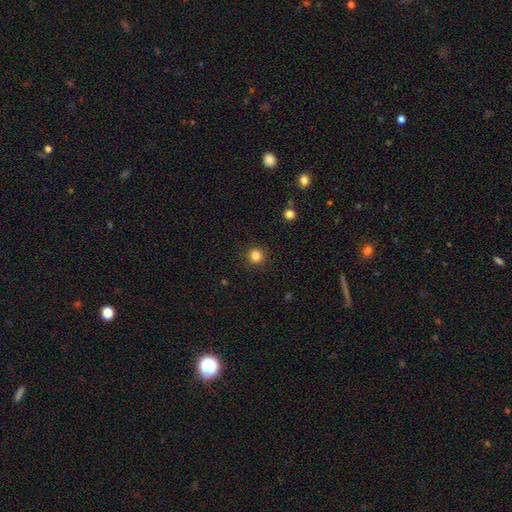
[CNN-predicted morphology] smooth_or_featured: smooth (p=0.84) [alt: star or artifact p=0.12]
how_rounded: round (p=0.94) [alt: in between p=0.05]
merging: none (p=0.91) [alt: minor disturbance p=0.06]